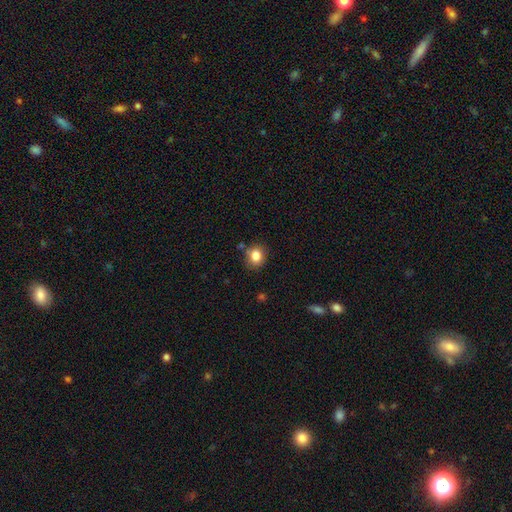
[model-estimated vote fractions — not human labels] smooth 83%, star or artifact 10%, featured or disk 7%. Down the decision tree: how rounded — round (72%); merging — none (79%).